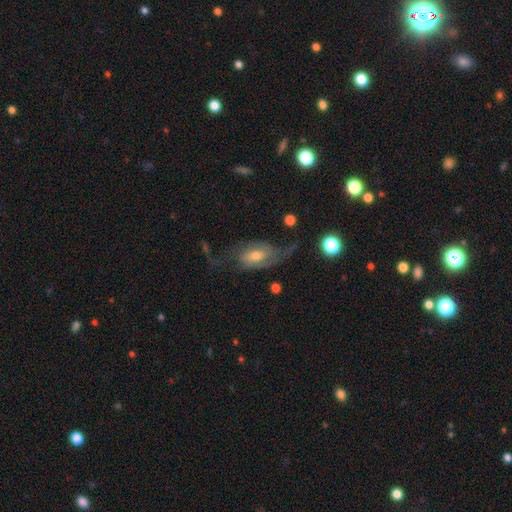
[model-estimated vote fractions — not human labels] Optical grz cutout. It shows a featured or disk galaxy (78%) with a weak bar (44%), 2 (80%) loose (47%) spiral arms (92%) and a moderate central bulge (57%). Merging: none (53%).